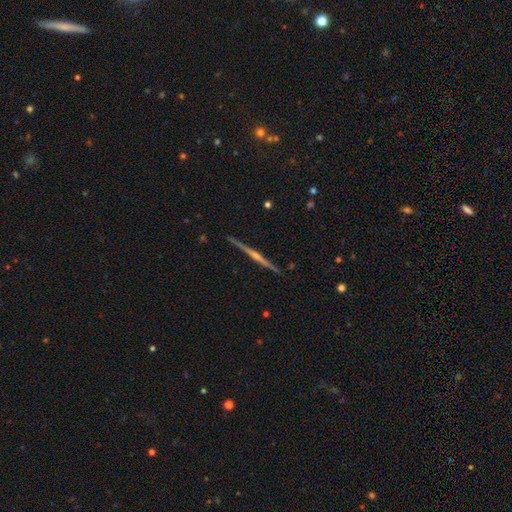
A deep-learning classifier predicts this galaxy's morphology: featured or disk 83%, smooth 12%, star or artifact 5%. Down the decision tree: edge-on disk — yes (99%); edge-on bulge — rounded (77%); merging — none (92%).